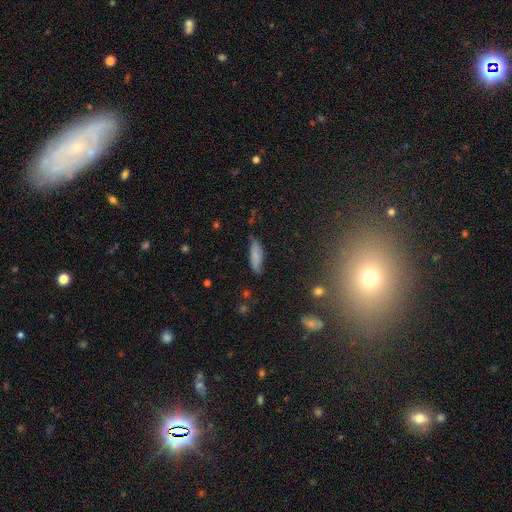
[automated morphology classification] Smooth or featured? smooth (74%)
How rounded? in between (50%)
Merging? none (70%)